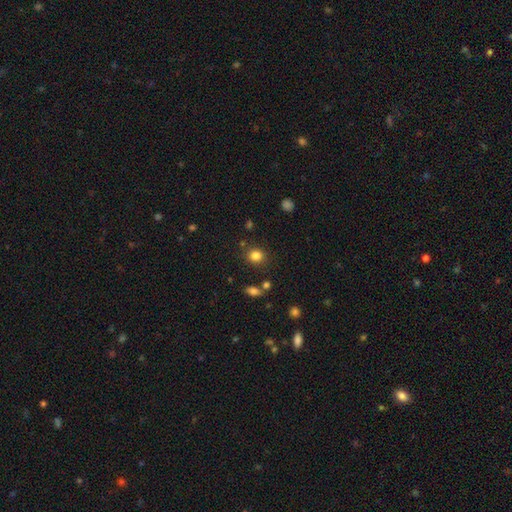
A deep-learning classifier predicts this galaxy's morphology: smooth 83%, star or artifact 12%, featured or disk 5%. Down the decision tree: how rounded — round (74%); merging — none (82%).